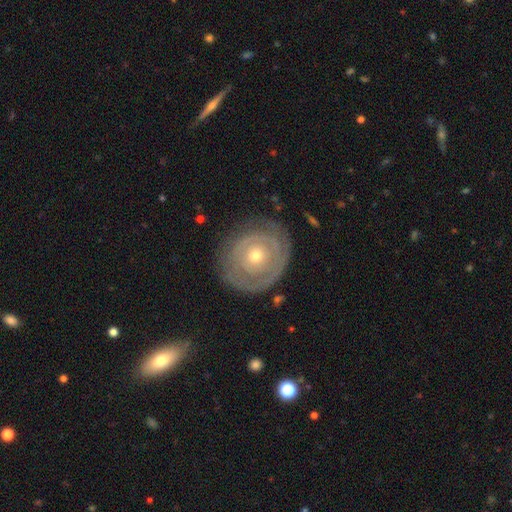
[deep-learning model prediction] Morphology: type=featured or disk (74%); edge-on=no (96%); bar=no (86%); spiral arms=yes (68%); bulge=small (55%); merging=none (77%).